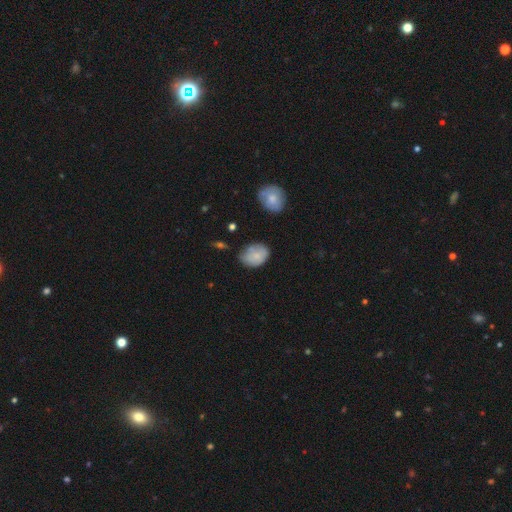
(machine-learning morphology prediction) A smooth galaxy with no disk features (77%) that is in between round and cigar-shaped (73%). Merging: none (54%).